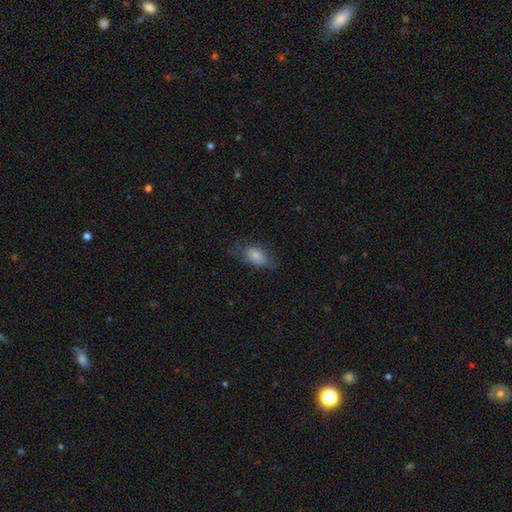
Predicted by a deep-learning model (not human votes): Smooth or featured?
  - smooth: 77% *
  - featured or disk: 14%
  - star or artifact: 9%
How rounded?
  - in between: 85% *
  - round: 13%
  - cigar-shaped: 2%
Merging?
  - none: 49% *
  - minor disturbance: 30%
  - major disturbance: 19%
  - merger: 2%